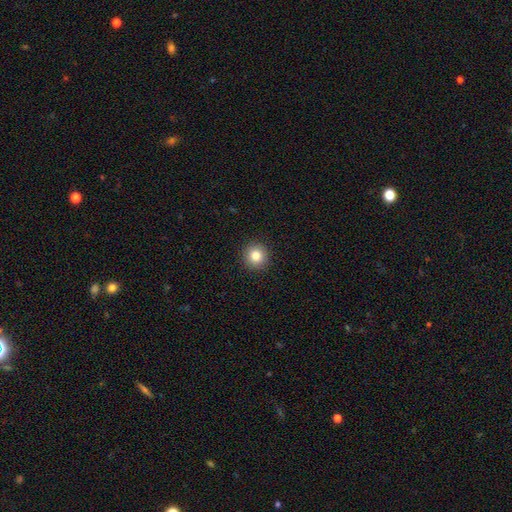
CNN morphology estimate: type=smooth (83%); roundness=round (94%); merging=none (92%).